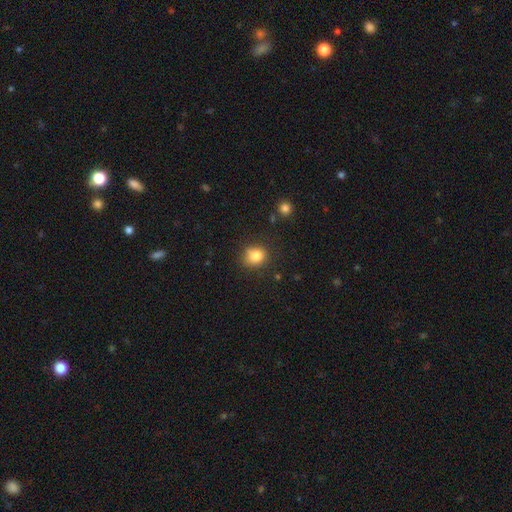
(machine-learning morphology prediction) Smooth or featured? Predicted: smooth (p=0.82). How rounded? Predicted: round (p=0.69). Merging? Predicted: none (p=0.75).